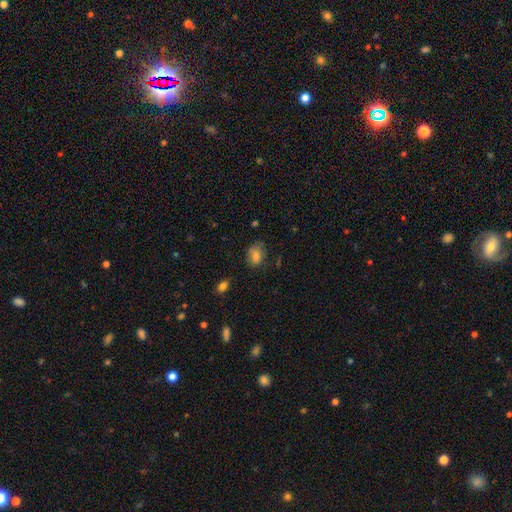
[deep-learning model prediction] A smooth galaxy with no disk features (78%) that is in between round and cigar-shaped (66%).

Vote fractions:
- Smooth or featured? smooth: 78% / featured or disk: 11% / star or artifact: 11%
- How rounded? in between: 66% / round: 33% / cigar-shaped: 1%
- Merging? none: 60% / minor disturbance: 28% / major disturbance: 9% / merger: 2%